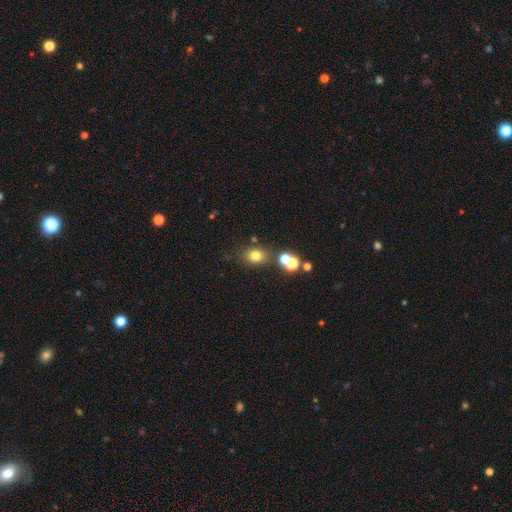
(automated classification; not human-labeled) This appears to be a smooth galaxy with no disk features (75%) that is round (57%). Merging: none (72%).